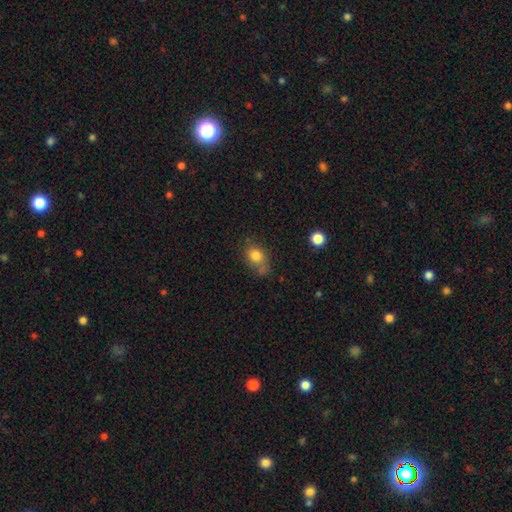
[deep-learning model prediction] Smooth or featured?
  - smooth: 79% *
  - star or artifact: 10%
  - featured or disk: 10%
How rounded?
  - in between: 54% *
  - round: 45%
  - cigar-shaped: 1%
Merging?
  - none: 50% *
  - minor disturbance: 25%
  - merger: 14%
  - major disturbance: 11%